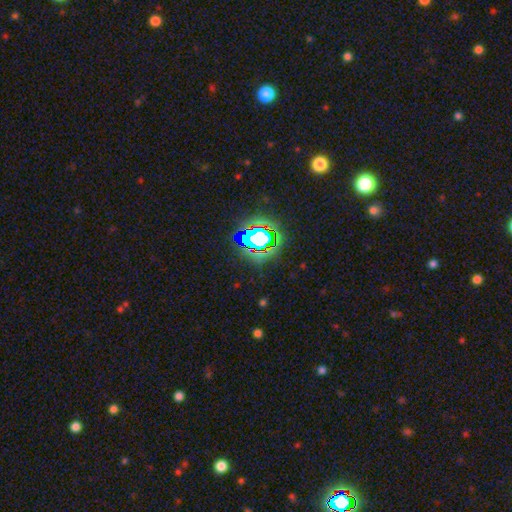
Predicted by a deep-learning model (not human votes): This is likely a star or artifact rather than a galaxy (78%).